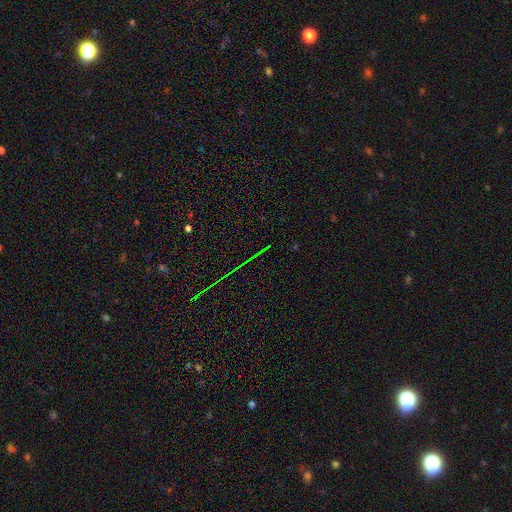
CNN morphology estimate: smooth-or-featured: star or artifact: 79% | featured or disk: 12% | smooth: 10%